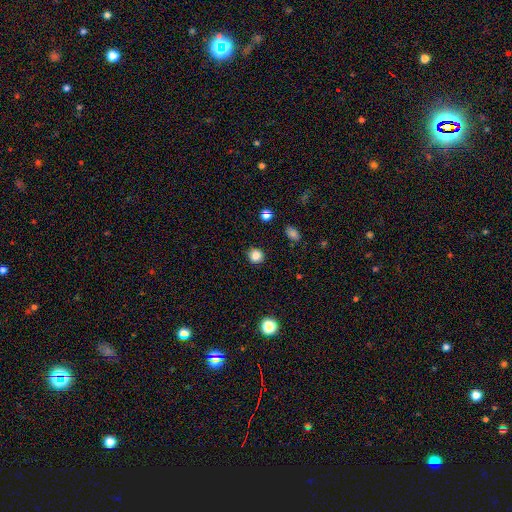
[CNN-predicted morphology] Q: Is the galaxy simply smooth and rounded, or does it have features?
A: smooth — 84%.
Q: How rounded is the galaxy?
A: round — 92%.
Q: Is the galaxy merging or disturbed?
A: none — 89%.